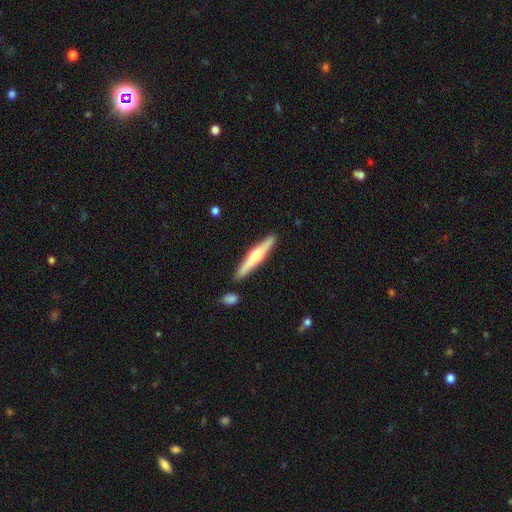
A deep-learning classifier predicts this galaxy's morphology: smooth-or-featured: featured or disk: 57% | smooth: 38% | star or artifact: 5%
  disk-edge-on: yes: 96% | no: 4%
    edge-on-bulge: rounded: 90% | none: 6% | boxy: 4%
  merging: none: 88% | minor disturbance: 8% | merger: 3% | major disturbance: 2%